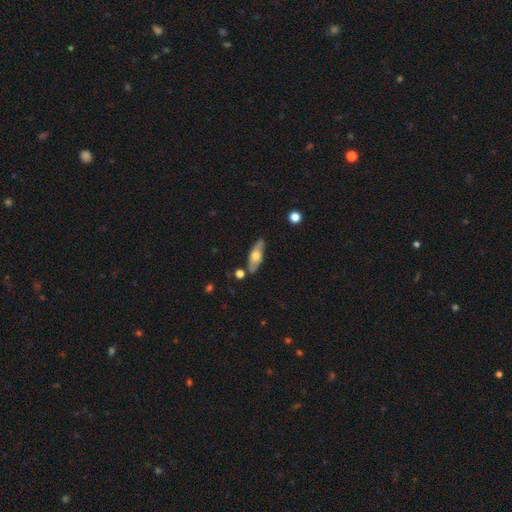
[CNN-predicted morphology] Smooth or featured: smooth — 52% (featured or disk — 42%)
How rounded: in between — 59% (cigar-shaped — 37%)
Merging: none — 80% (minor disturbance — 12%)